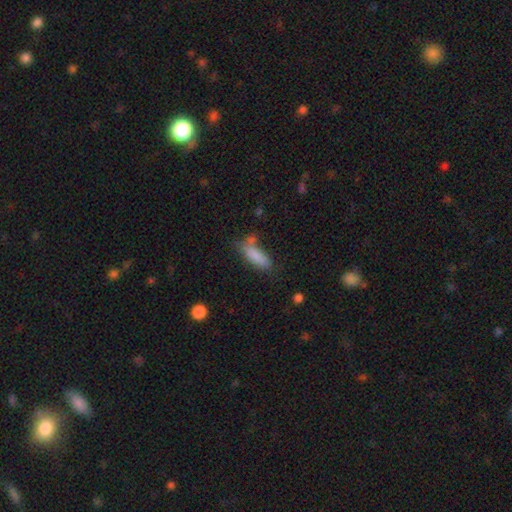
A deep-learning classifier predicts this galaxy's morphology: The model was most divided on "how rounded": in between: 58%, cigar-shaped: 40%, round: 2%. More confident: smooth or featured — smooth (83%); merging — none (57%).